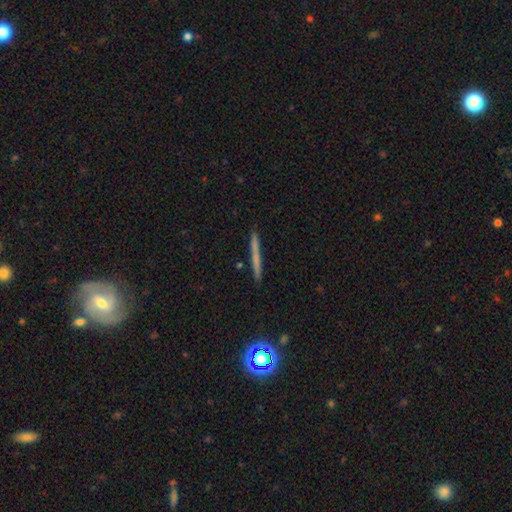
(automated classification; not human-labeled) Smooth or featured? smooth (55%)
How rounded? cigar-shaped (96%)
Merging? none (91%)